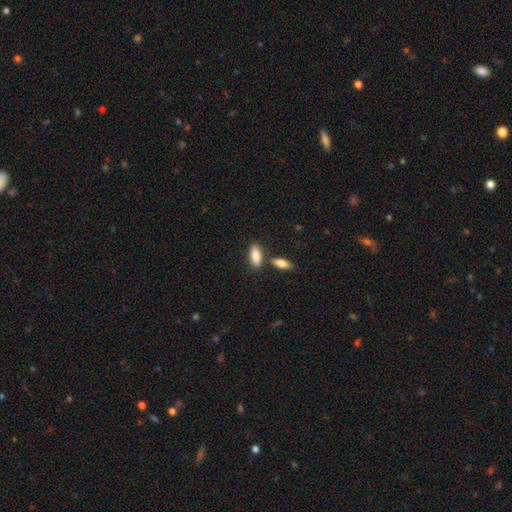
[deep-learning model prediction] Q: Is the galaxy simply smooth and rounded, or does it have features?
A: smooth — 83%.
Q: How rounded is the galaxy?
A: in between — 80%.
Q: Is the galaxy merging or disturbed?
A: none — 72%.